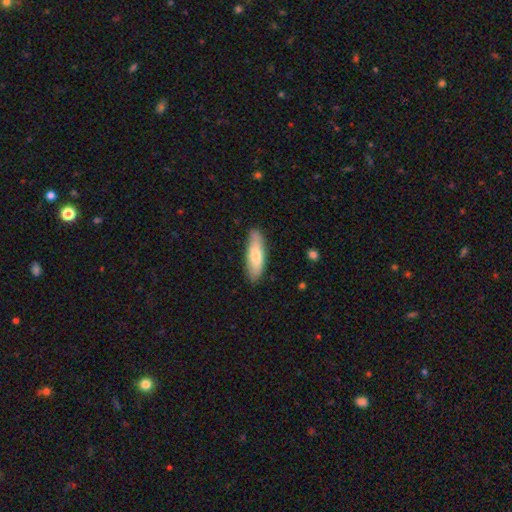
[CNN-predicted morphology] The model was most divided on "how rounded" (2-way tie): cigar-shaped: 49%, in between: 49%, round: 2%. More confident: merging — none (82%); smooth or featured — smooth (73%).